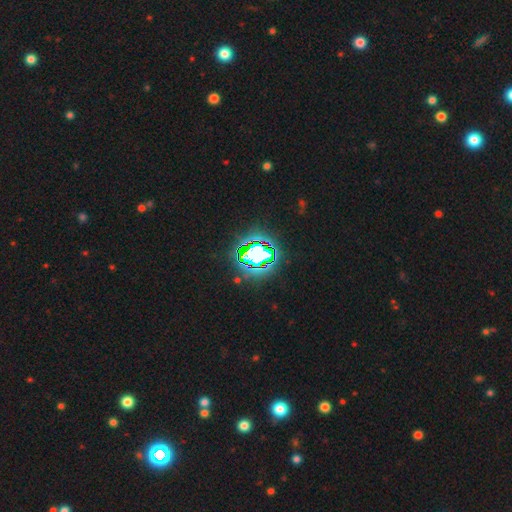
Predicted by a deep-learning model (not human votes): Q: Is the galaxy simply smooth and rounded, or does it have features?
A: star or artifact — 72%.